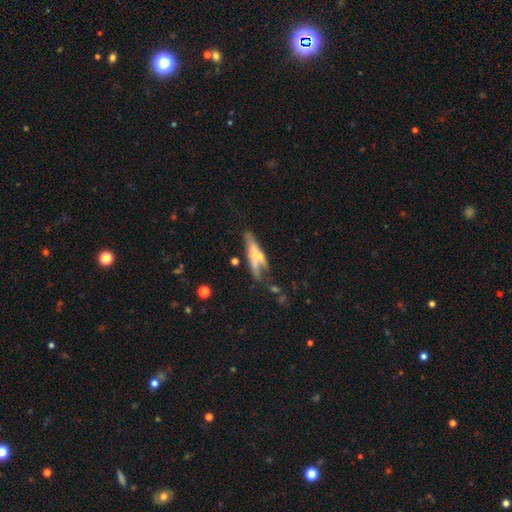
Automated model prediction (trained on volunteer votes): Q: Smooth or featured?
A: smooth (49%); runner-up: featured or disk (43%)
Q: Merging?
A: none (36%); runner-up: merger (29%)